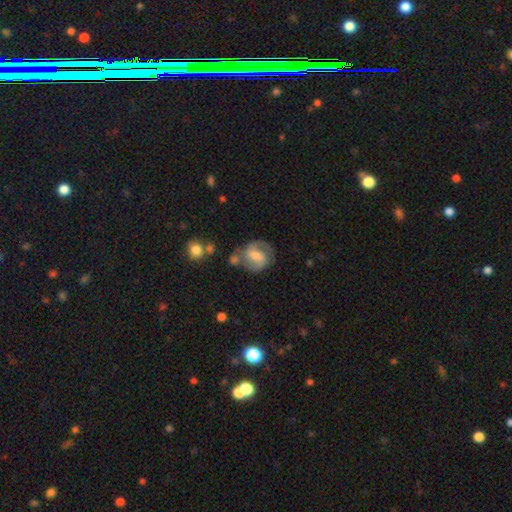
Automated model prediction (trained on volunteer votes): Morphology: type=featured or disk (75%); edge-on=no (97%); bar=weak (49%); spiral arms=yes (92%); winding=medium (53%); arm count=2 (84%); bulge=moderate (51%); merging=none (66%).